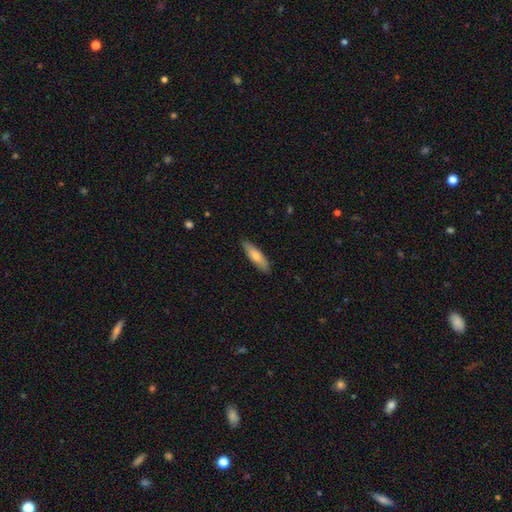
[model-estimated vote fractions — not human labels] A smooth galaxy with no disk features (68%) that is cigar-shaped (68%). Merging: none (88%).